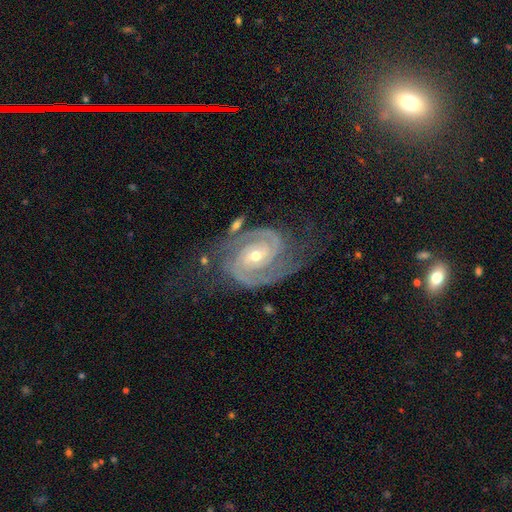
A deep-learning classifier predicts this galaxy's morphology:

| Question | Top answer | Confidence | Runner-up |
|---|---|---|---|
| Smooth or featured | featured or disk | 92% | star or artifact (5%) |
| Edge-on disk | no | 97% | yes (3%) |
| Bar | no | 56% | weak (30%) |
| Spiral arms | yes | 98% | no (2%) |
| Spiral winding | tight | 61% | medium (33%) |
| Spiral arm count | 2 | 85% | 3 (6%) |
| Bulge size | small | 54% | moderate (43%) |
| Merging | none | 67% | minor disturbance (19%) |